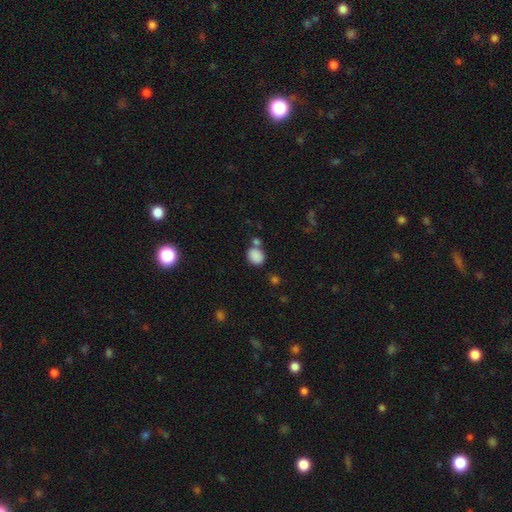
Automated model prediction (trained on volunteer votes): This appears to be a smooth galaxy with no disk features (86%) that is in between round and cigar-shaped (50%). Merging: none (61%).